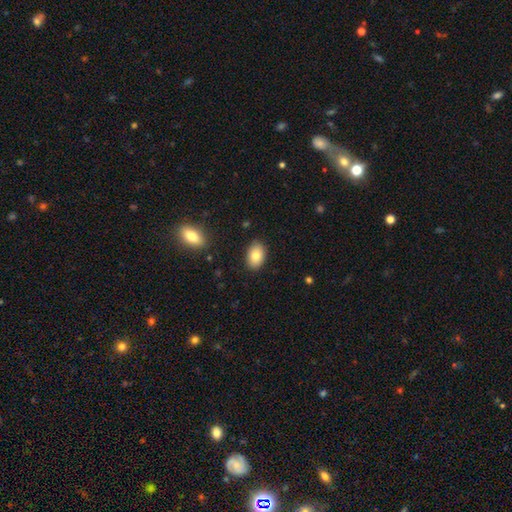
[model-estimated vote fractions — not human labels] Smooth or featured: smooth — 82% (featured or disk — 10%)
How rounded: in between — 87% (round — 12%)
Merging: none — 87% (minor disturbance — 9%)